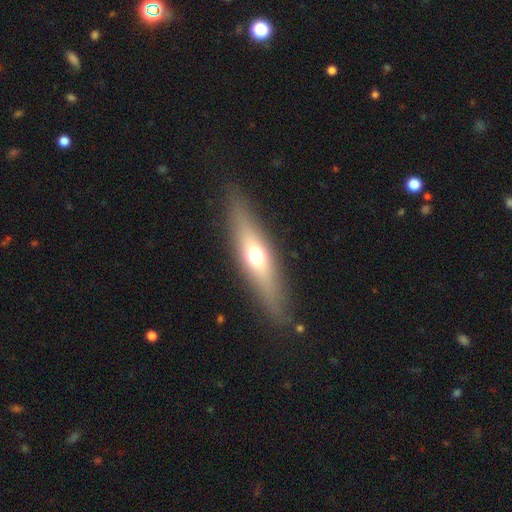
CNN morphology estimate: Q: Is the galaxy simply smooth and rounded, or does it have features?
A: smooth — 49%.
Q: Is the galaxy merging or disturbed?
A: none — 84%.